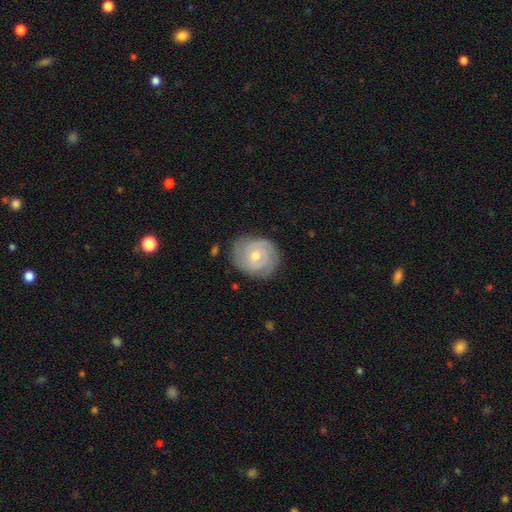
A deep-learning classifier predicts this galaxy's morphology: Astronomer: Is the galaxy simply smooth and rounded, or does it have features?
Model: featured or disk — 79%.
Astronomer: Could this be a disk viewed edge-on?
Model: no — 97%.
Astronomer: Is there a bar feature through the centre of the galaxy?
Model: no — 71%.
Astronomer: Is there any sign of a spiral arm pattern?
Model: yes — 94%.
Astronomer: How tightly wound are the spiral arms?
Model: tight — 75%.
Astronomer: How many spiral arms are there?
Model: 3 — 30% (runner-up: 2, 27%).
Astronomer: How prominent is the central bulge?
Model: moderate — 59% (runner-up: small, 38%).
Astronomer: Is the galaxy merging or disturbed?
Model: none — 80%.